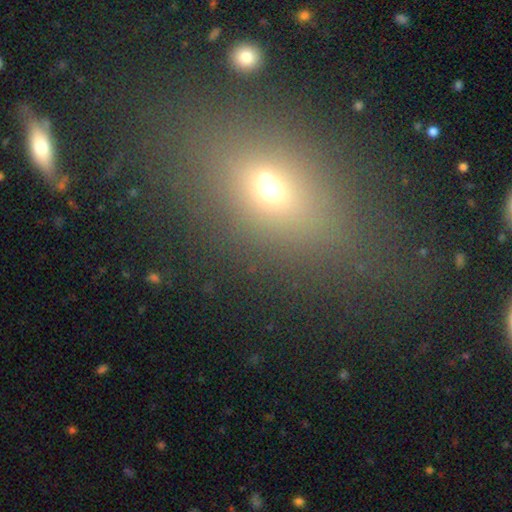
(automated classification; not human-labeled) Smooth or featured?
  - smooth: 55% *
  - star or artifact: 28%
  - featured or disk: 17%
How rounded?
  - in between: 68% *
  - round: 24%
  - cigar-shaped: 7%
Merging?
  - none: 76% *
  - minor disturbance: 12%
  - major disturbance: 7%
  - merger: 5%